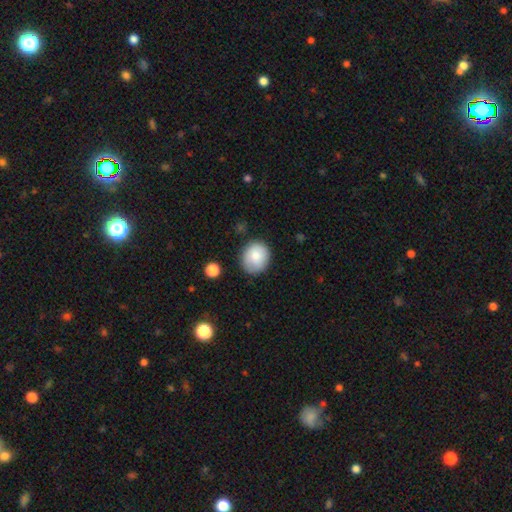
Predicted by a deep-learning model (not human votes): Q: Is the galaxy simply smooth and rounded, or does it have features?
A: smooth — 80%.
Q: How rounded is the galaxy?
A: round — 77%.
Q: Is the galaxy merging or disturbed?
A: none — 80%.